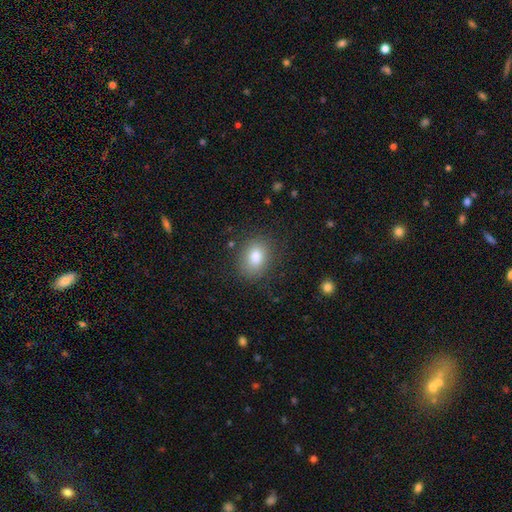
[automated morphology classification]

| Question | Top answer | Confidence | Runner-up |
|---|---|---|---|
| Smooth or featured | smooth | 81% | featured or disk (9%) |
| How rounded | in between | 62% | round (37%) |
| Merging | none | 83% | minor disturbance (12%) |